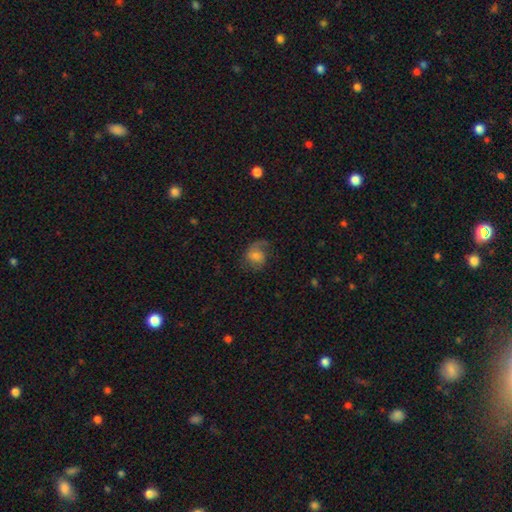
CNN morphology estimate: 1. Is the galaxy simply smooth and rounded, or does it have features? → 47% featured or disk, 43% smooth, 10% star or artifact.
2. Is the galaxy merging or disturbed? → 52% none, 23% minor disturbance, 23% major disturbance, 2% merger.